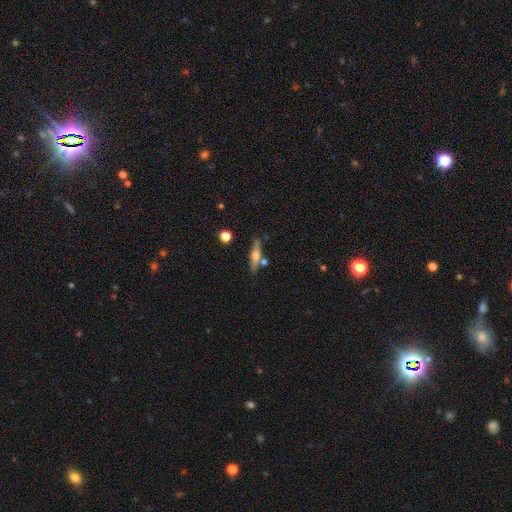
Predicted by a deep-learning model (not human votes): Smooth or featured: featured or disk — 49% (smooth — 44%)
Merging: none — 75% (minor disturbance — 12%)